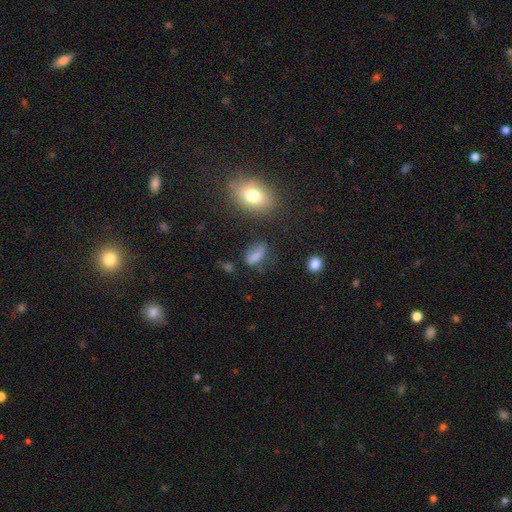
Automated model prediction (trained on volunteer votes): Overall: smooth (77%). How rounded: in between (79%). Merging: none (54%; minor disturbance 26%).